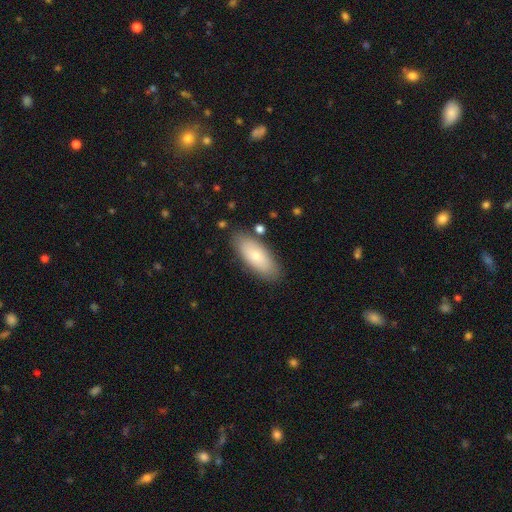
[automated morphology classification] This appears to be a smooth galaxy with no disk features (70%) that is in between round and cigar-shaped (81%). Merging: none (83%).